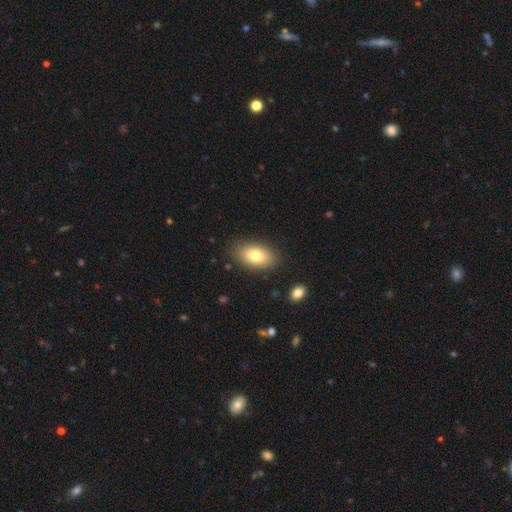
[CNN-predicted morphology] A smooth galaxy with no disk features (78%) that is in between round and cigar-shaped (91%).

Vote fractions:
- Smooth or featured? smooth: 78% / featured or disk: 14% / star or artifact: 8%
- How rounded? in between: 91% / round: 7% / cigar-shaped: 2%
- Merging? none: 83% / minor disturbance: 12% / major disturbance: 3% / merger: 2%